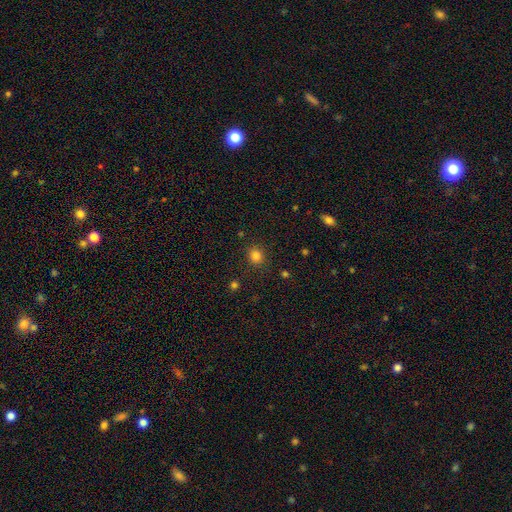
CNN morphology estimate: This appears to be a smooth galaxy with no disk features (83%) that is round (81%). Merging: none (87%).